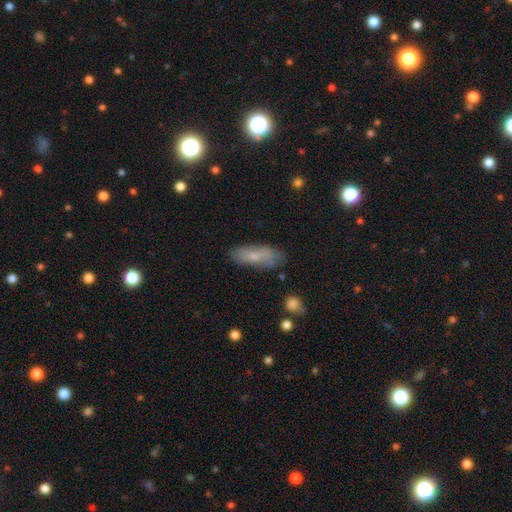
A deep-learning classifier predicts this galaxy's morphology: type=smooth (70%); roundness=in between (63%); merging=none (71%).